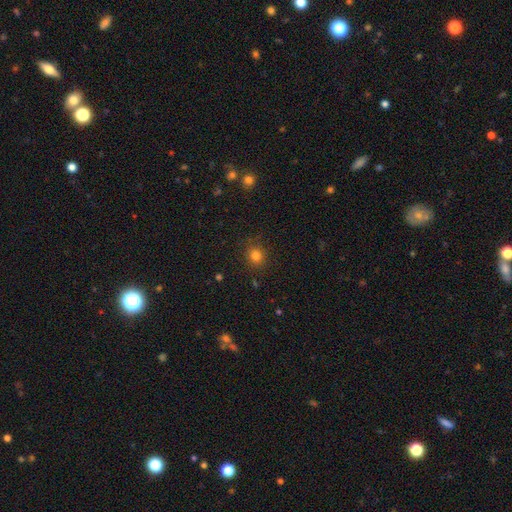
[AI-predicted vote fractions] This appears to be a smooth galaxy with no disk features (80%) that is round (85%). Merging: none (88%).